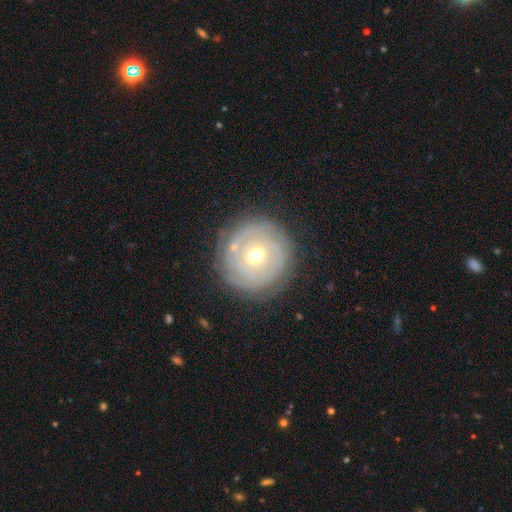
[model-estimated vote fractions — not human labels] smooth_or_featured: featured or disk (p=0.73) [alt: smooth p=0.20]
disk_edge_on: no (p=0.97) [alt: yes p=0.03]
bar: no (p=0.64) [alt: weak p=0.28]
has_spiral_arms: yes (p=0.82) [alt: no p=0.18]
spiral_winding: tight (p=0.82) [alt: medium p=0.13]
spiral_arm_count: can't tell (p=0.44) [alt: 2 p=0.23]
bulge_size: moderate (p=0.69) [alt: small p=0.26]
merging: none (p=0.80) [alt: minor disturbance p=0.13]